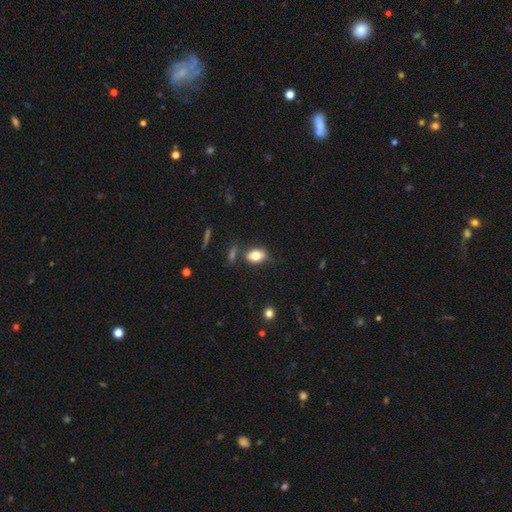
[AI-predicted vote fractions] Overall: smooth (78%). How rounded: in between (85%). Merging: none (73%).